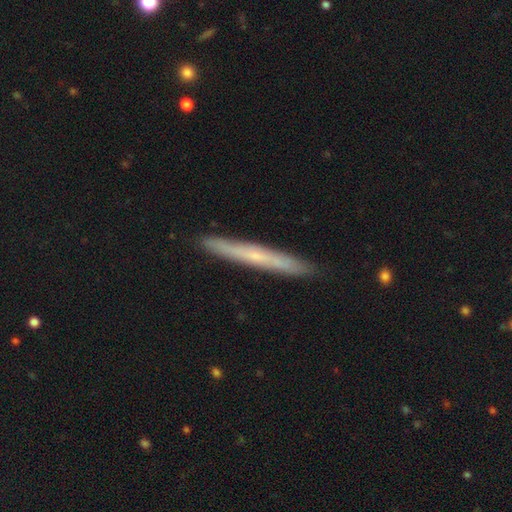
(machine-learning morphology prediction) The model was most divided on "smooth or featured": featured or disk: 51%, smooth: 43%, star or artifact: 6%. More confident: edge-on disk — yes (93%); merging — none (91%).